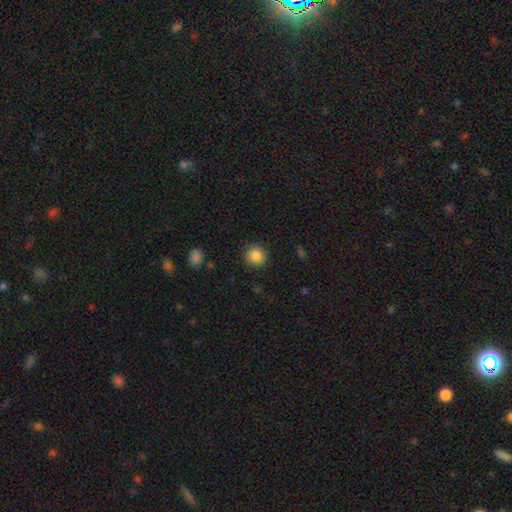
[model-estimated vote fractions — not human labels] Smooth or featured? Predicted: smooth (p=0.87). How rounded? Predicted: round (p=0.90). Merging? Predicted: none (p=0.88).